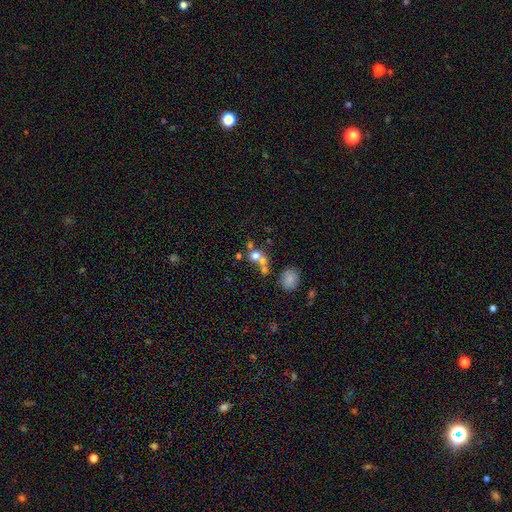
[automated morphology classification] Smooth or featured? smooth (65%)
How rounded? round (77%)
Merging? merger (57%)